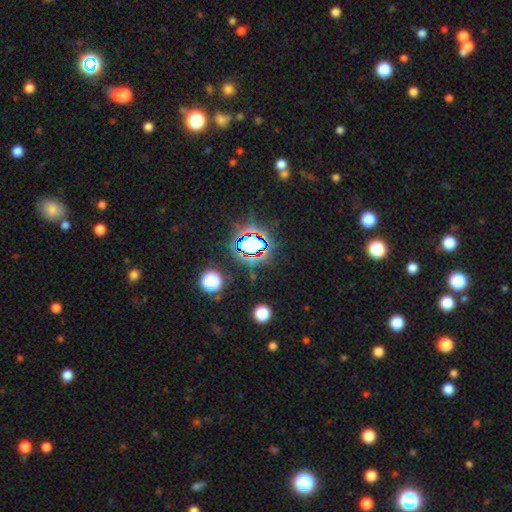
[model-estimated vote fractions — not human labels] Overall: star or artifact (76%).